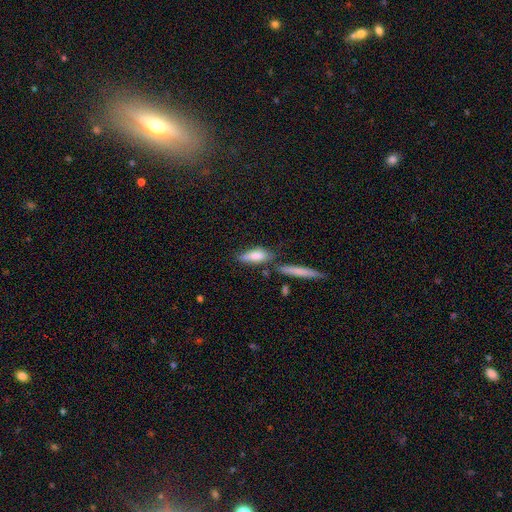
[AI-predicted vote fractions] smooth-or-featured: smooth: 77% | featured or disk: 17% | star or artifact: 7%
  how-rounded: in between: 54% | cigar-shaped: 43% | round: 3%
  merging: none: 53% | minor disturbance: 21% | merger: 20% | major disturbance: 7%